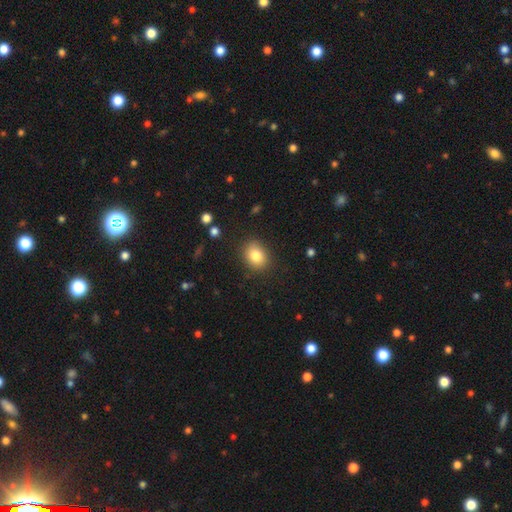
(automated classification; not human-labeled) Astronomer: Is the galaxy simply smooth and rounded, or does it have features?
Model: smooth — 82%.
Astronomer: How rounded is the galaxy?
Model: round — 50% (runner-up: in between, 49%).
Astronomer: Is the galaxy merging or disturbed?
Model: none — 85%.